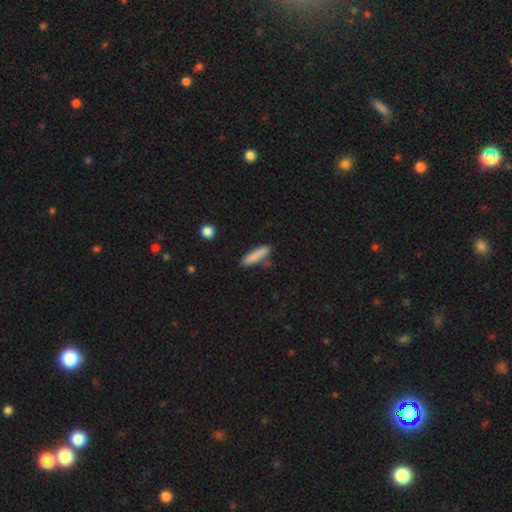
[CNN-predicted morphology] smooth-or-featured: smooth: 84% | featured or disk: 10% | star or artifact: 6%
  how-rounded: cigar-shaped: 80% | in between: 18% | round: 2%
  merging: none: 76% | minor disturbance: 15% | merger: 6% | major disturbance: 3%